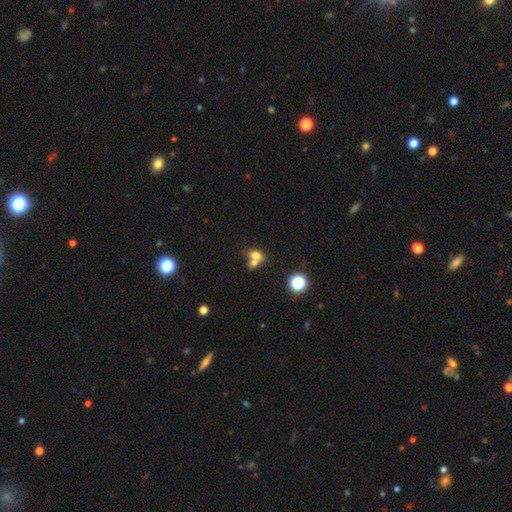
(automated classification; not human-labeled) Q: Smooth or featured?
A: smooth (69%); runner-up: featured or disk (18%)
Q: How rounded?
A: in between (58%); runner-up: round (39%)
Q: Merging?
A: merger (61%); runner-up: none (26%)